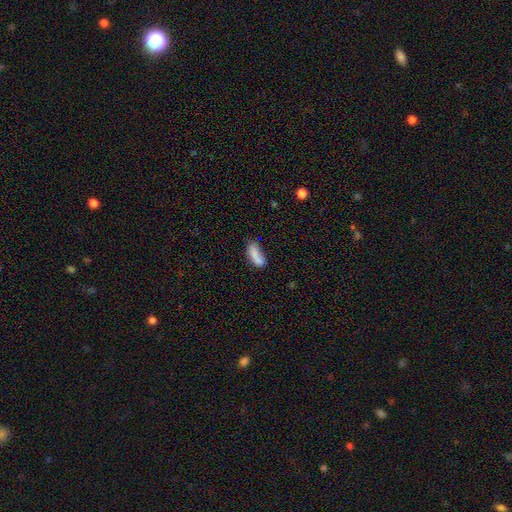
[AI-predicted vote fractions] smooth-or-featured: smooth: 79% | featured or disk: 12% | star or artifact: 9%
  how-rounded: in between: 71% | cigar-shaped: 26% | round: 3%
  merging: none: 47% | minor disturbance: 24% | merger: 17% | major disturbance: 11%